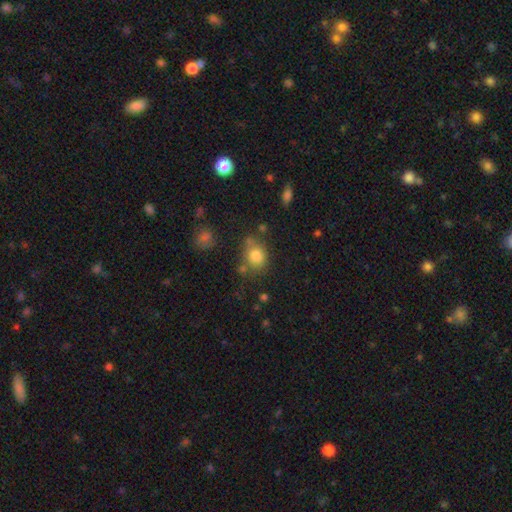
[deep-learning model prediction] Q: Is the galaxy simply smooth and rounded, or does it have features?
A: smooth — 81%.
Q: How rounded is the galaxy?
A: round — 64%.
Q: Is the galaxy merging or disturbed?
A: none — 61%.